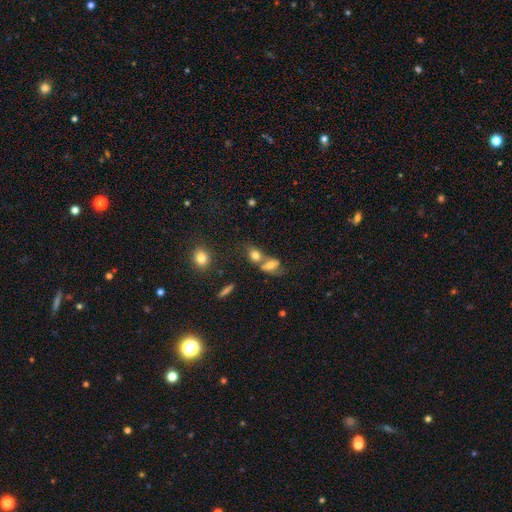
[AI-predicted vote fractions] smooth 73%, featured or disk 15%, star or artifact 12%. Down the decision tree: how rounded — in between (65%); merging — merger (54%).